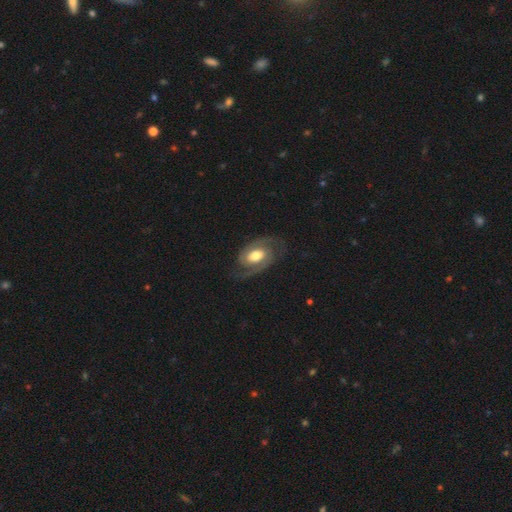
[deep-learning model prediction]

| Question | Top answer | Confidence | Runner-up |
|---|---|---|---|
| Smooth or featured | featured or disk | 85% | smooth (11%) |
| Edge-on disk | no | 97% | yes (3%) |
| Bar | no | 52% | weak (35%) |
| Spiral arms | yes | 95% | no (5%) |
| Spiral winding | medium | 47% | tight (38%) |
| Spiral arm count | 2 | 91% | can't tell (4%) |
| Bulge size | moderate | 65% | large (23%) |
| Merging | none | 78% | minor disturbance (14%) |